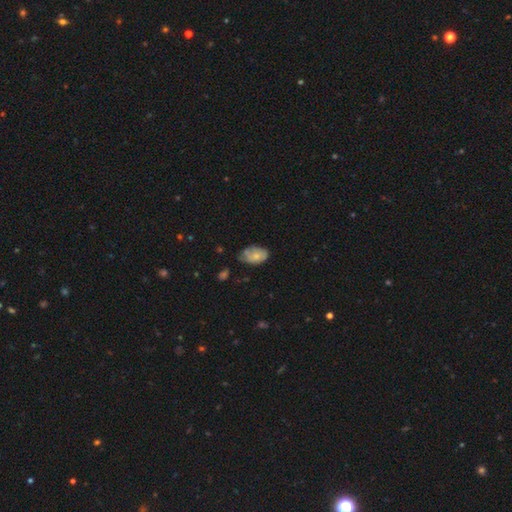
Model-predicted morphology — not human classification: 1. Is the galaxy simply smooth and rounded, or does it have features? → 64% smooth, 29% featured or disk, 7% star or artifact.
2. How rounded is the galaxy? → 89% in between, 9% round, 1% cigar-shaped.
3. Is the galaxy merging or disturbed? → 44% none, 41% minor disturbance, 12% major disturbance, 4% merger.